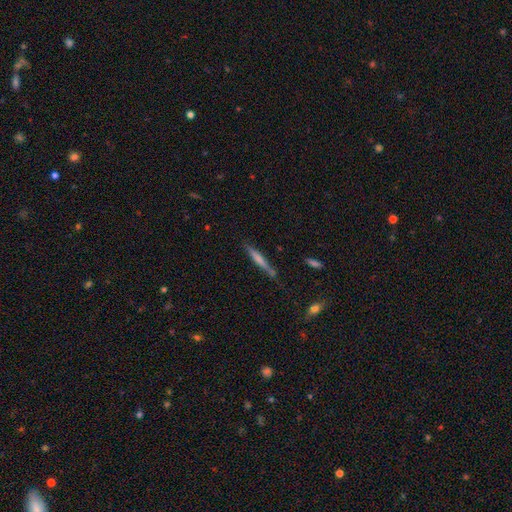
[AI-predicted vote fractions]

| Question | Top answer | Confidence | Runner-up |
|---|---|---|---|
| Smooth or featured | featured or disk | 46% | smooth (45%) |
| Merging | none | 82% | minor disturbance (12%) |